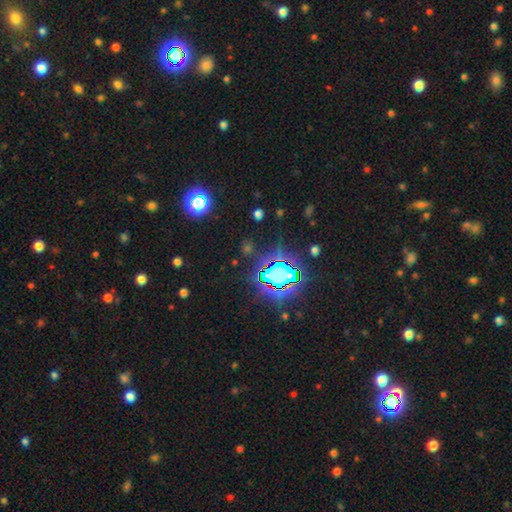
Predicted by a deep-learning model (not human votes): This appears to be a star or artifact, not a galaxy (78%).